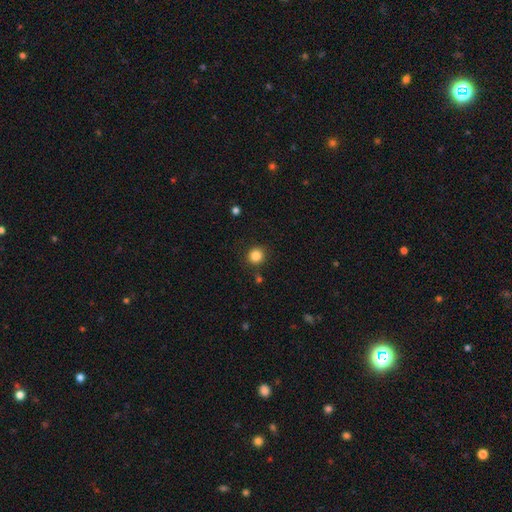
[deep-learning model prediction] Morphology: type=smooth (85%); roundness=round (91%); merging=none (87%).